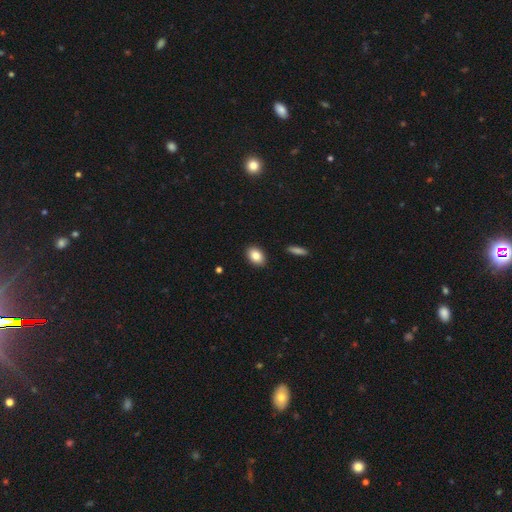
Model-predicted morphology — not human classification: type=smooth (85%); roundness=in between (86%); merging=none (90%).